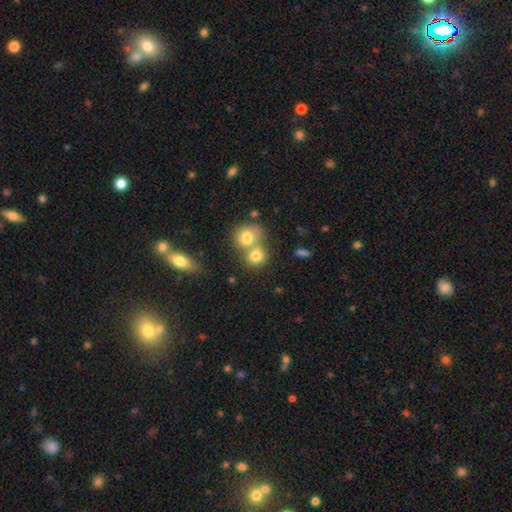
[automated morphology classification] A smooth galaxy with no disk features (78%) that is round (74%). Merging: merger (57%).